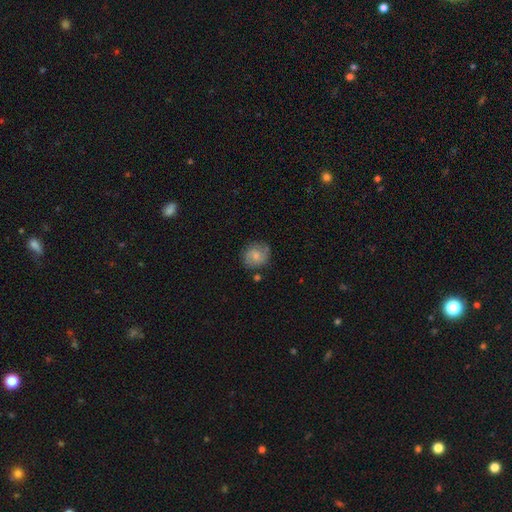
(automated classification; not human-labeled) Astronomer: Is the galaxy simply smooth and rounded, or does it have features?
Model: smooth — 54% (runner-up: featured or disk, 38%).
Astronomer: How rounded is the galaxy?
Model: round — 78%.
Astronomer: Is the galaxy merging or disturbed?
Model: none — 73%.